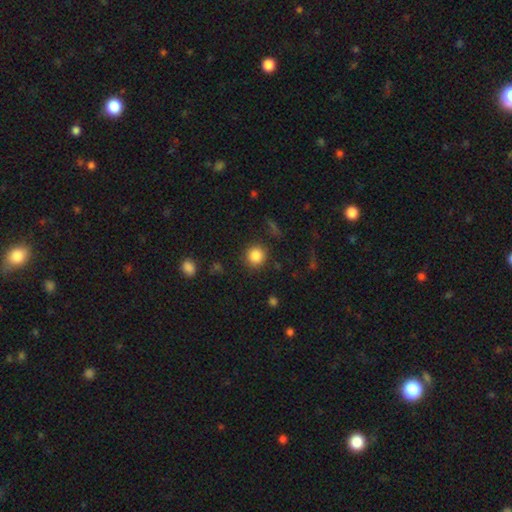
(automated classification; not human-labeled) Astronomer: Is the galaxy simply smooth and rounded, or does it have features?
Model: smooth — 85%.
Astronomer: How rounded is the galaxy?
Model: round — 93%.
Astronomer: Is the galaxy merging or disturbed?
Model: none — 89%.